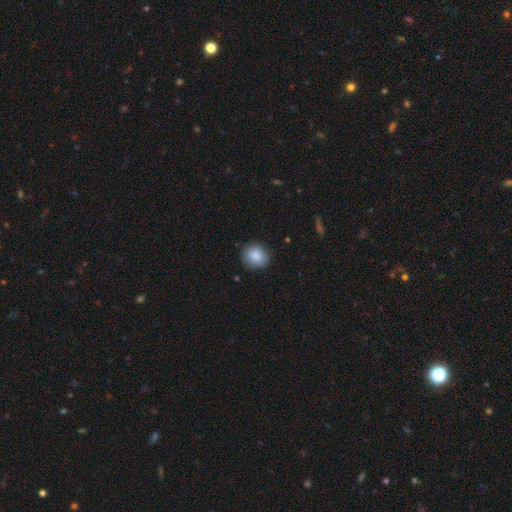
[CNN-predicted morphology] A smooth galaxy with no disk features (88%) that is round (81%). Merging: none (86%).